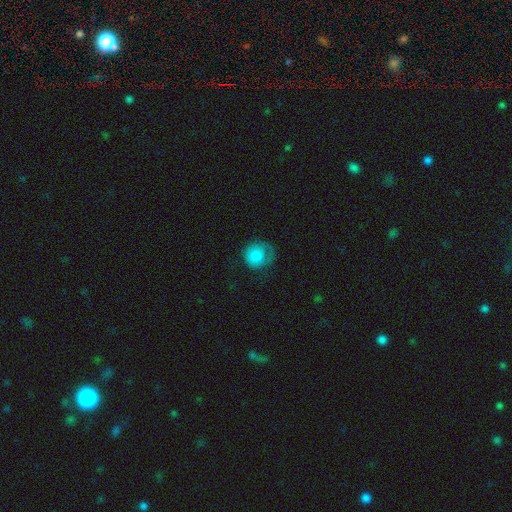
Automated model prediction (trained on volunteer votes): A smooth galaxy with no disk features (78%) that is round (84%).

Vote fractions:
- Smooth or featured? smooth: 78% / featured or disk: 15% / star or artifact: 7%
- How rounded? round: 84% / in between: 15% / cigar-shaped: 1%
- Merging? none: 54% / minor disturbance: 24% / major disturbance: 21% / merger: 2%